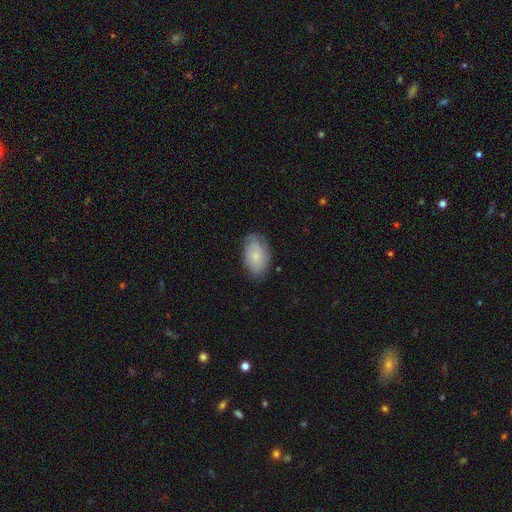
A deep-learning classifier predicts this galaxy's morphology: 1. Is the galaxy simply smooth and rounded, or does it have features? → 60% smooth, 34% featured or disk, 7% star or artifact.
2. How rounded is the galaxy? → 91% in between, 7% round, 2% cigar-shaped.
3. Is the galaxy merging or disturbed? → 70% none, 23% minor disturbance, 6% major disturbance, 1% merger.